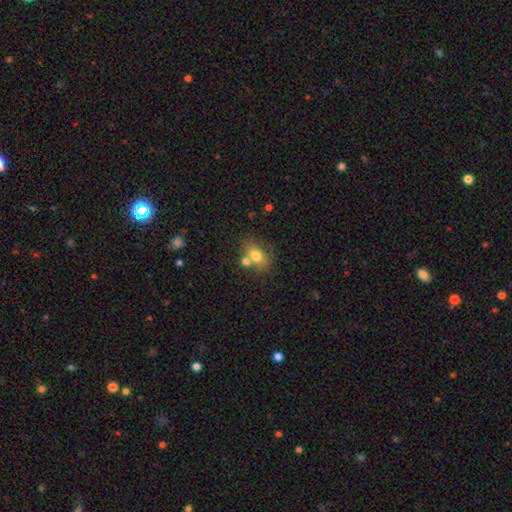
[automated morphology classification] Smooth or featured: smooth — 73% (featured or disk — 16%)
How rounded: in between — 63% (round — 35%)
Merging: none — 54% (merger — 28%)